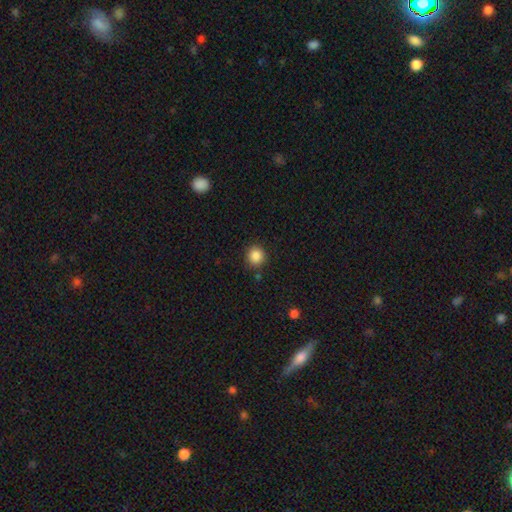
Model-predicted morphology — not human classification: A smooth galaxy with no disk features (86%) that is round (90%). Merging: none (87%).